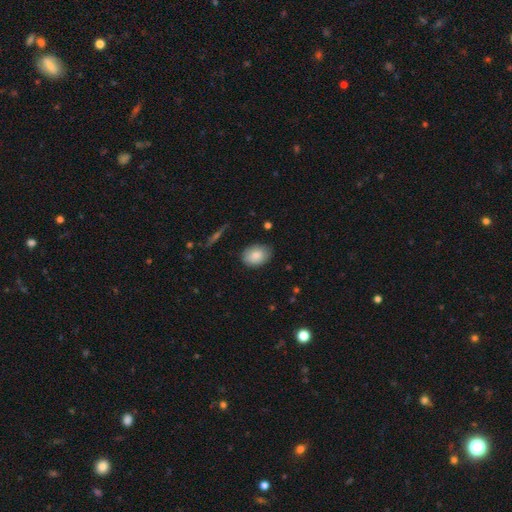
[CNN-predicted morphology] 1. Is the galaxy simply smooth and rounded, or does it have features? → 83% smooth, 10% featured or disk, 7% star or artifact.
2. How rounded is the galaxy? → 77% in between, 22% round, 1% cigar-shaped.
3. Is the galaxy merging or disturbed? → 81% none, 15% minor disturbance, 3% major disturbance, 1% merger.